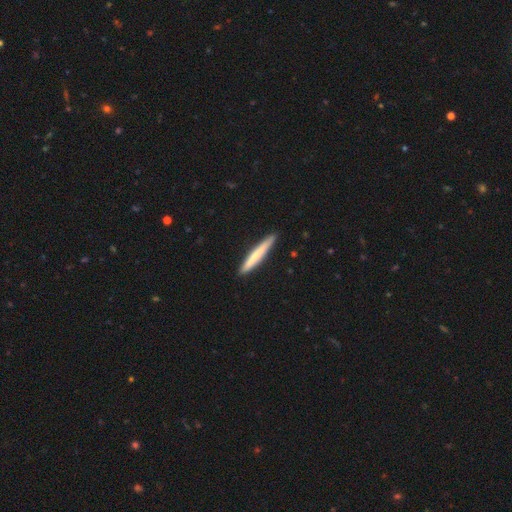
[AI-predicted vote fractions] A smooth galaxy with no disk features (67%) that is cigar-shaped (96%).

Vote fractions:
- Smooth or featured? smooth: 67% / featured or disk: 28% / star or artifact: 5%
- How rounded? cigar-shaped: 96% / in between: 3% / round: 1%
- Merging? none: 91% / minor disturbance: 7% / major disturbance: 1% / merger: 1%